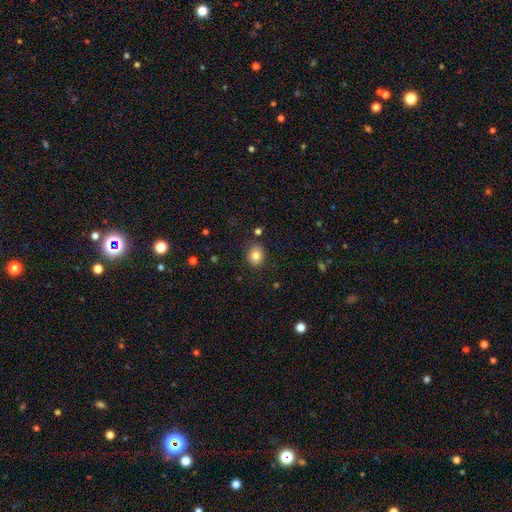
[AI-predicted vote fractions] Smooth or featured: smooth — 83% (star or artifact — 10%)
How rounded: round — 61% (in between — 38%)
Merging: none — 84% (minor disturbance — 11%)